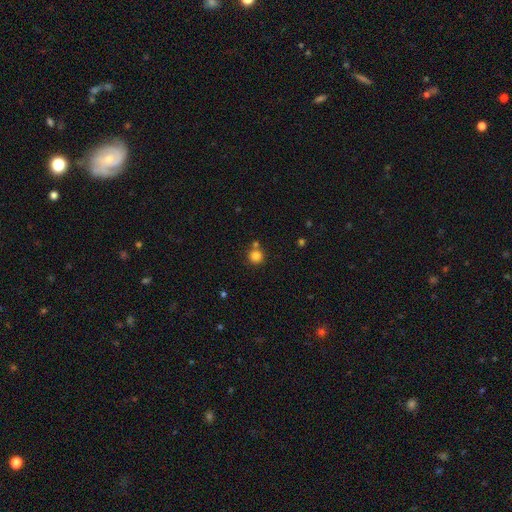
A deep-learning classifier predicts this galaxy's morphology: Smooth or featured?
  - smooth: 83% *
  - star or artifact: 12%
  - featured or disk: 5%
How rounded?
  - round: 94% *
  - in between: 5%
  - cigar-shaped: 1%
Merging?
  - none: 71% *
  - merger: 17%
  - minor disturbance: 9%
  - major disturbance: 3%